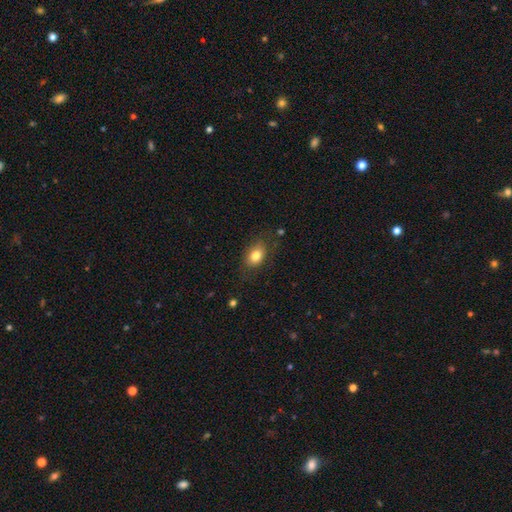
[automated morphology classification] Smooth or featured: smooth — 81% (featured or disk — 10%)
How rounded: in between — 78% (round — 21%)
Merging: none — 76% (minor disturbance — 17%)